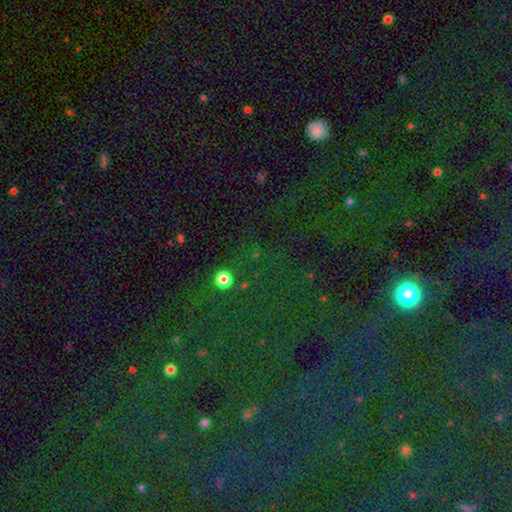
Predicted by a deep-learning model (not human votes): This is likely a star or artifact rather than a galaxy (79%).